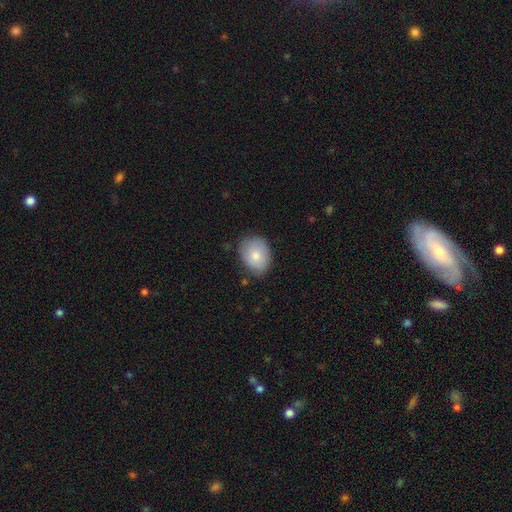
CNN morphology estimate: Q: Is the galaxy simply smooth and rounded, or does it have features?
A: smooth — 81%.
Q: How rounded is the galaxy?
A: in between — 55%.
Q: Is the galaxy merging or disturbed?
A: none — 77%.